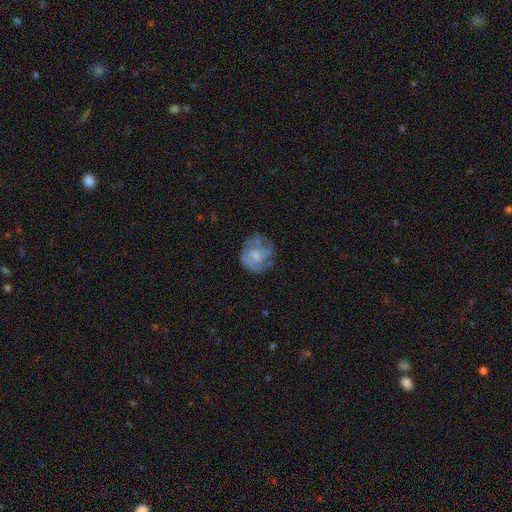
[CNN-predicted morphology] Overall: featured or disk (59%; smooth 33%). Edge-on disk: no (98%). Bar: no (72%). Spiral arms: yes (70%; no 30%). Bulge size: moderate (42%; small 23%). Merging: none (61%; minor disturbance 22%).